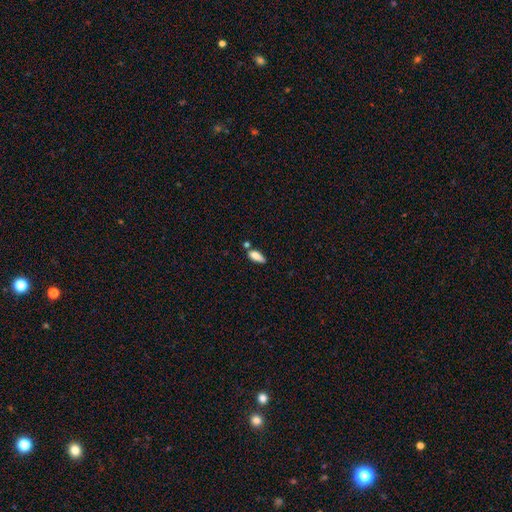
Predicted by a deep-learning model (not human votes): A smooth galaxy with no disk features (80%) that is in between round and cigar-shaped (77%).

Vote fractions:
- Smooth or featured? smooth: 80% / featured or disk: 13% / star or artifact: 8%
- How rounded? in between: 77% / cigar-shaped: 19% / round: 3%
- Merging? none: 61% / minor disturbance: 21% / merger: 13% / major disturbance: 5%